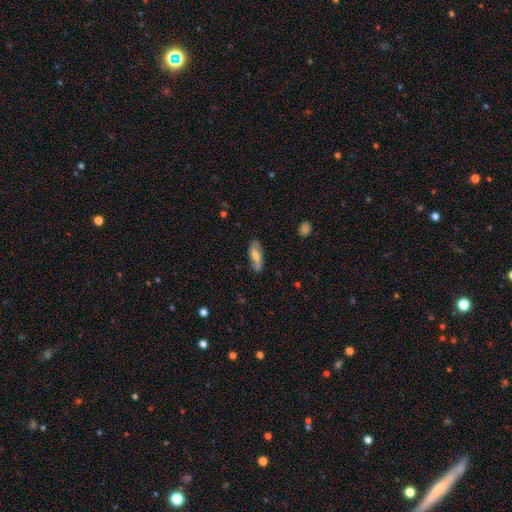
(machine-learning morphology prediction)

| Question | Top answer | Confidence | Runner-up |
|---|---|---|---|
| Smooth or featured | smooth | 52% | featured or disk (42%) |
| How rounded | in between | 67% | cigar-shaped (31%) |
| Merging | none | 75% | minor disturbance (18%) |